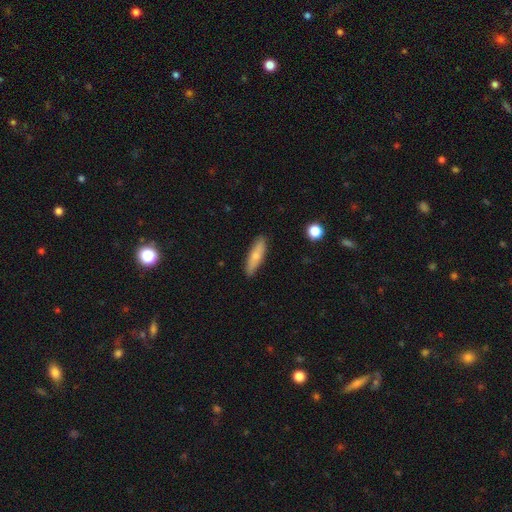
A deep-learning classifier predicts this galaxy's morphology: Smooth or featured? smooth (69%)
How rounded? cigar-shaped (68%)
Merging? none (87%)